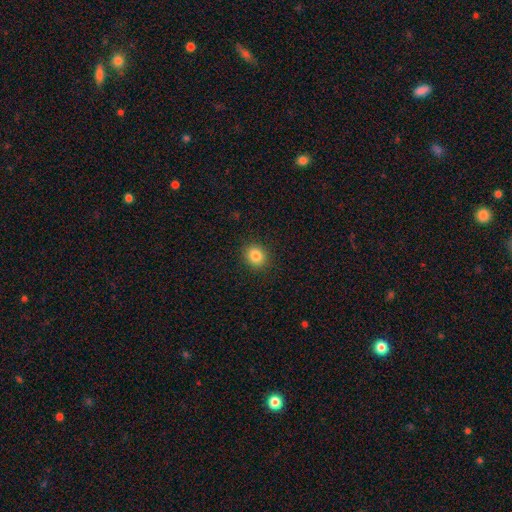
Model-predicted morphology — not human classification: Smooth or featured? Predicted: smooth (p=0.84). How rounded? Predicted: round (p=0.72). Merging? Predicted: none (p=0.90).